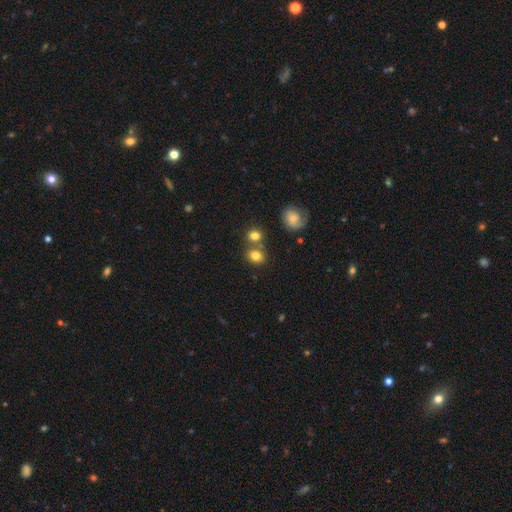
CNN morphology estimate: A smooth galaxy with no disk features (79%) that is round (60%). Merging: none (59%).